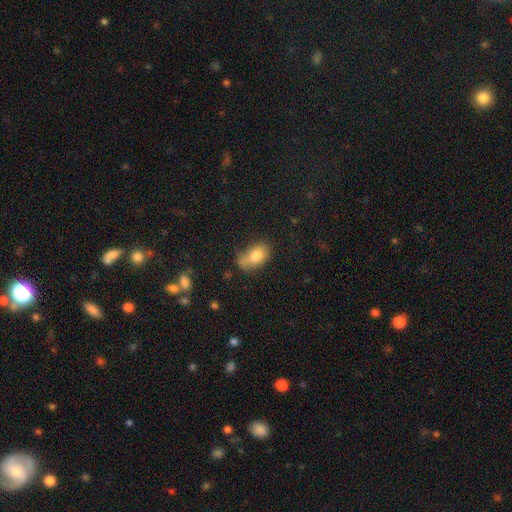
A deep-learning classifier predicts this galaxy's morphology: Smooth or featured? smooth (79%)
How rounded? in between (87%)
Merging? none (43%)